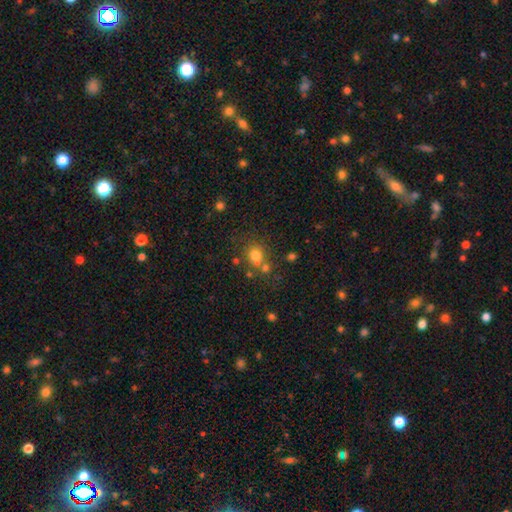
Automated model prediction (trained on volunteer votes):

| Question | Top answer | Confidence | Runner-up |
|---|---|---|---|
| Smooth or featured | smooth | 73% | star or artifact (16%) |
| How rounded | round | 77% | in between (22%) |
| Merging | none | 55% | merger (29%) |